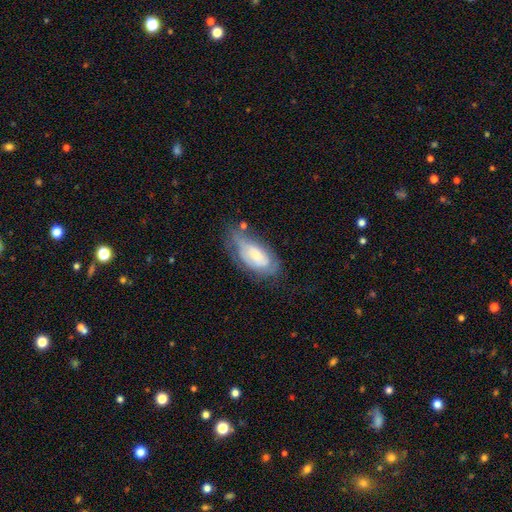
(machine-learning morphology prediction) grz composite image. It shows a smooth galaxy with no disk features (49%). Merging: none (40%).